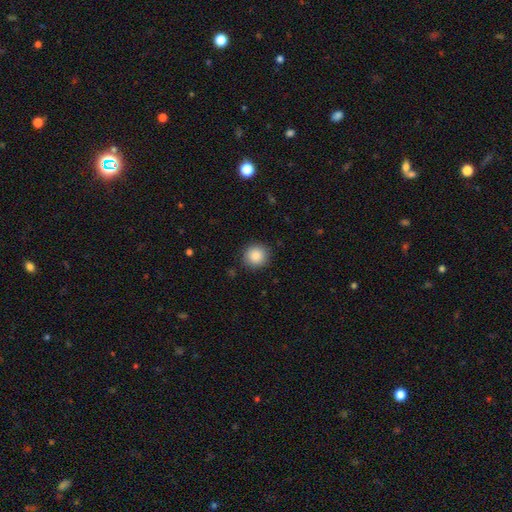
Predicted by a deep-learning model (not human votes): Smooth or featured? Predicted: smooth (p=0.88). How rounded? Predicted: round (p=0.92). Merging? Predicted: none (p=0.89).